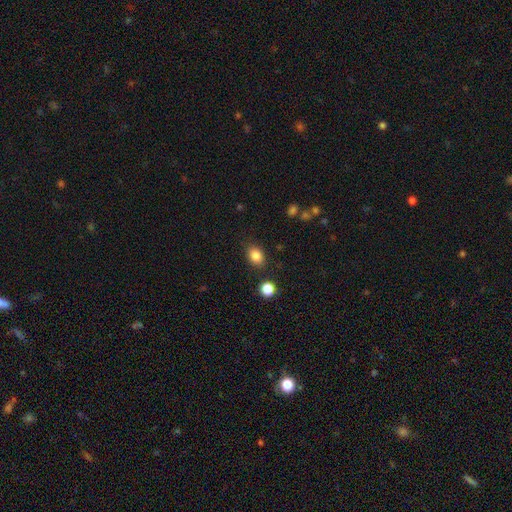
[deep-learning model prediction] Smooth or featured: smooth — 85% (star or artifact — 10%)
How rounded: in between — 67% (round — 31%)
Merging: none — 84% (minor disturbance — 11%)